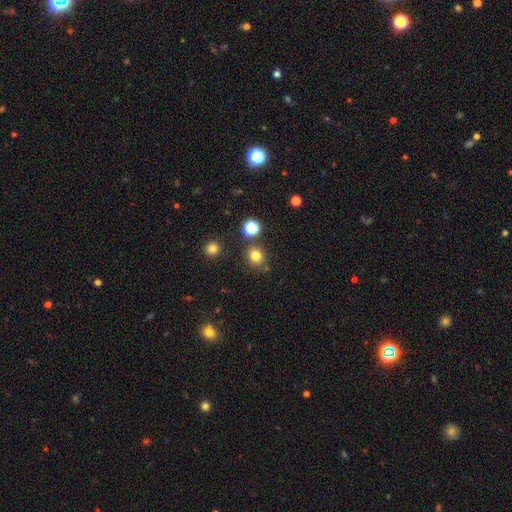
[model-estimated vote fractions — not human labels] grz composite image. It shows a smooth galaxy with no disk features (79%) that is round (79%). Merging: none (80%).